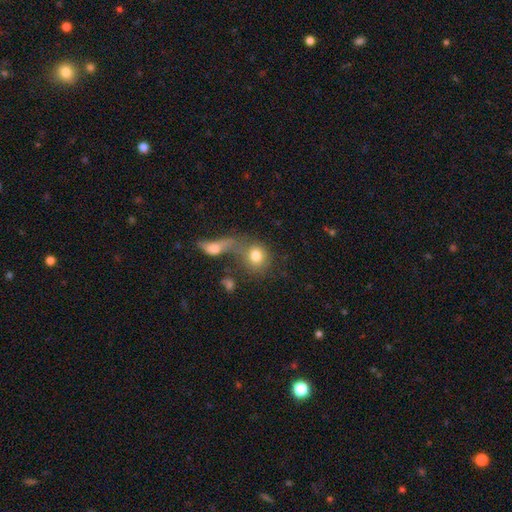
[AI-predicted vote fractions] smooth_or_featured: smooth (p=0.78) [alt: featured or disk p=0.13]
how_rounded: round (p=0.68) [alt: in between p=0.30]
merging: merger (p=0.49) [alt: none p=0.29]